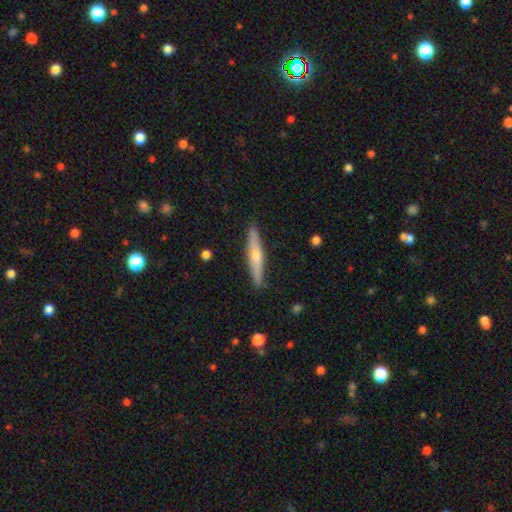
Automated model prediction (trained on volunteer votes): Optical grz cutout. It shows a featured or disk galaxy (55%) viewed edge-on (94%) with a rounded central bulge (85%). Merging: none (90%).